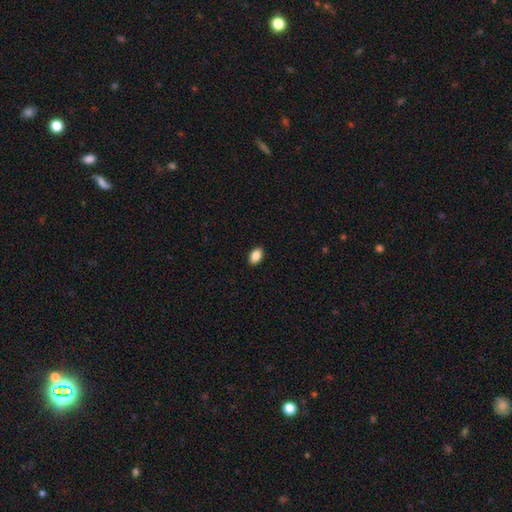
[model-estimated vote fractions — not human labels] A smooth galaxy with no disk features (87%) that is in between round and cigar-shaped (91%).

Vote fractions:
- Smooth or featured? smooth: 87% / star or artifact: 8% / featured or disk: 6%
- How rounded? in between: 91% / round: 7% / cigar-shaped: 2%
- Merging? none: 90% / minor disturbance: 7% / major disturbance: 2% / merger: 1%